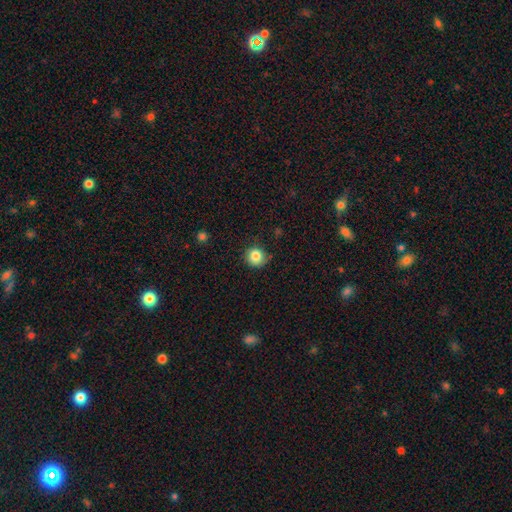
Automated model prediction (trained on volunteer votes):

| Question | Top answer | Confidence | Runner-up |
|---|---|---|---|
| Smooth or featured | smooth | 83% | star or artifact (11%) |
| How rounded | round | 90% | in between (9%) |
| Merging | none | 78% | minor disturbance (17%) |